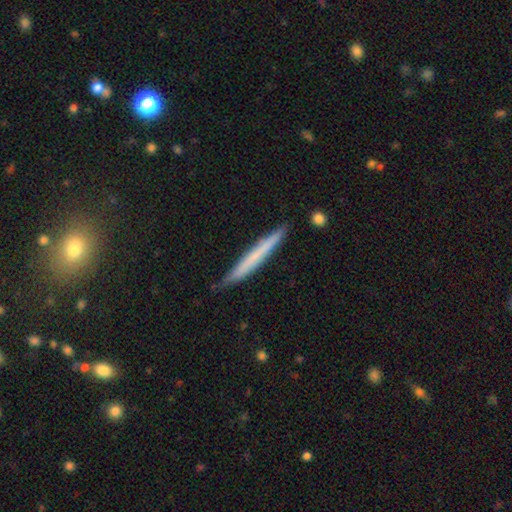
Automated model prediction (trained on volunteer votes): Smooth or featured? smooth (59%)
How rounded? cigar-shaped (97%)
Merging? none (83%)